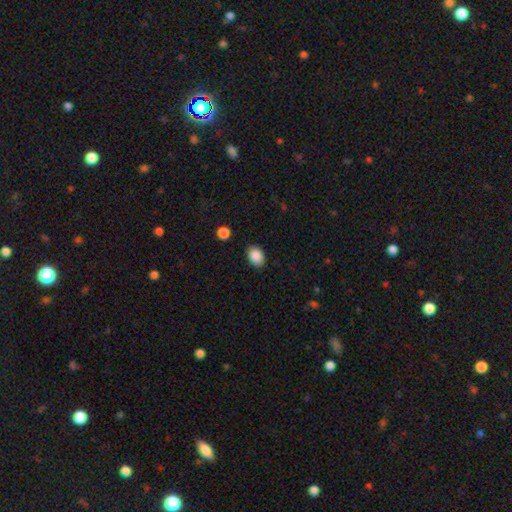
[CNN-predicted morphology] The model was most divided on "how rounded": in between: 77%, round: 22%, cigar-shaped: 1%. More confident: smooth or featured — smooth (89%); merging — none (86%).